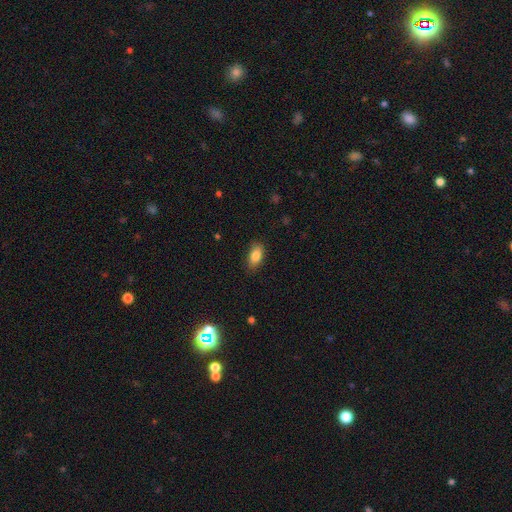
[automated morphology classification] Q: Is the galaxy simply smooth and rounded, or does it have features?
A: smooth — 83%.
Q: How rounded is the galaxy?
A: in between — 88%.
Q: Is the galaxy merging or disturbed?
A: none — 83%.